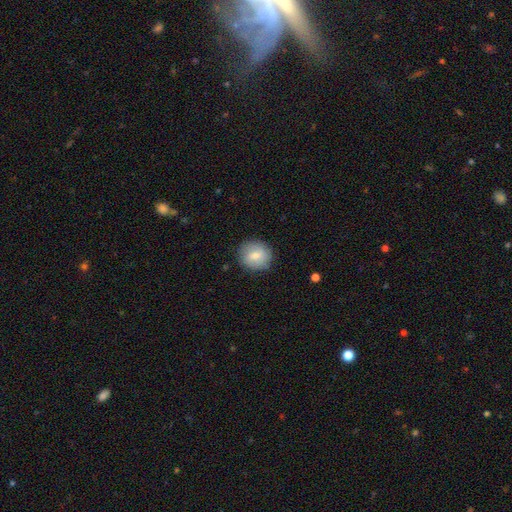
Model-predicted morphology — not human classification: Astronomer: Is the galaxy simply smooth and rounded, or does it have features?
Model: smooth — 72%.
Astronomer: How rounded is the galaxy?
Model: round — 85%.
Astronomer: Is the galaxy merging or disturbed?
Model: none — 84%.